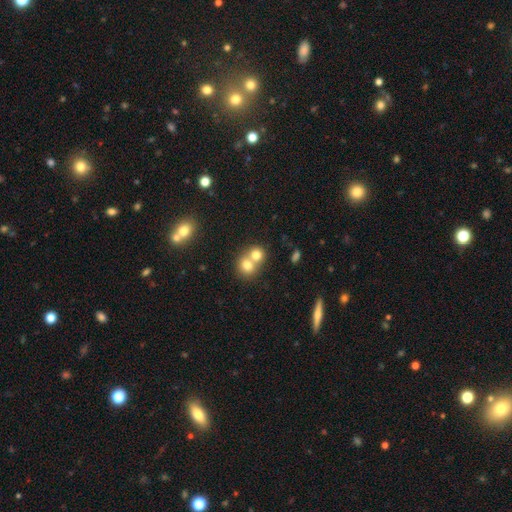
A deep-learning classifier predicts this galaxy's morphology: A smooth galaxy with no disk features (75%) that is round (76%).

Vote fractions:
- Smooth or featured? smooth: 75% / featured or disk: 15% / star or artifact: 11%
- How rounded? round: 76% / in between: 23% / cigar-shaped: 1%
- Merging? merger: 63% / none: 30% / minor disturbance: 5% / major disturbance: 2%